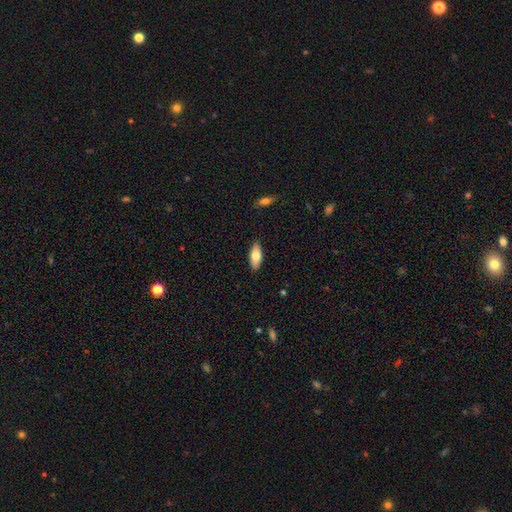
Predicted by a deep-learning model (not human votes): smooth_or_featured: smooth (p=0.74) [alt: featured or disk p=0.20]
how_rounded: in between (p=0.80) [alt: cigar-shaped p=0.18]
merging: none (p=0.88) [alt: minor disturbance p=0.09]